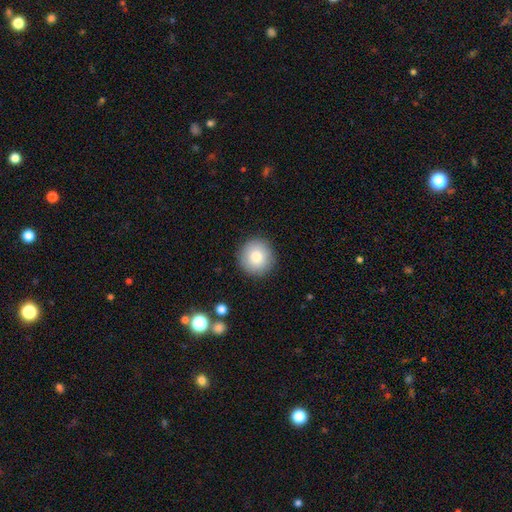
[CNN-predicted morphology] Overall: smooth (81%). How rounded: round (95%). Merging: none (91%).